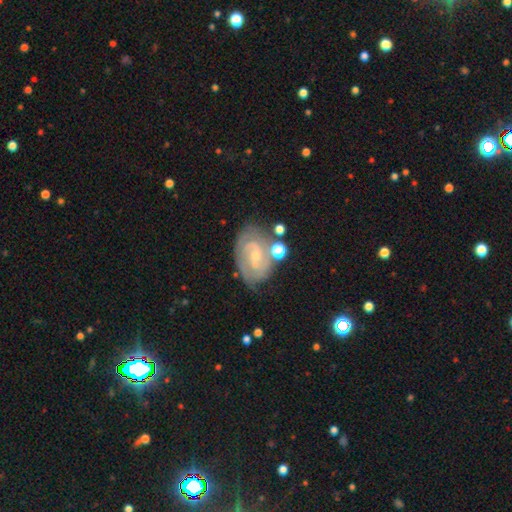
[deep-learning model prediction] smooth-or-featured: featured or disk: 79% | smooth: 14% | star or artifact: 7%
  disk-edge-on: no: 97% | yes: 3%
    bar: no: 47% | weak: 42% | strong: 11%
    has-spiral-arms: yes: 90% | no: 10%
      spiral-winding: tight: 60% | medium: 31% | loose: 9%
      spiral-arm-count: 2: 54% | can't tell: 27% | 3: 10% | 1: 4% | 4: 3% | more than 4: 3%
    bulge-size: small: 74% | moderate: 19% | none: 4% | large: 1% | dominant: 1%
  merging: none: 64% | minor disturbance: 20% | major disturbance: 8% | merger: 7%